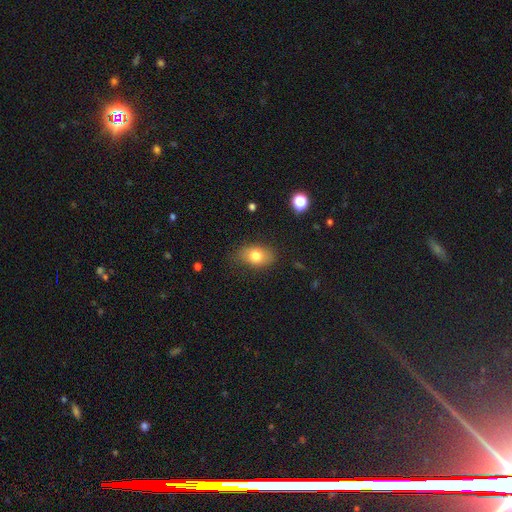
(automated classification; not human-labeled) The model was most divided on "merging": none: 77%, minor disturbance: 17%, major disturbance: 4%, merger: 1%. More confident: how rounded — in between (82%); smooth or featured — smooth (77%).